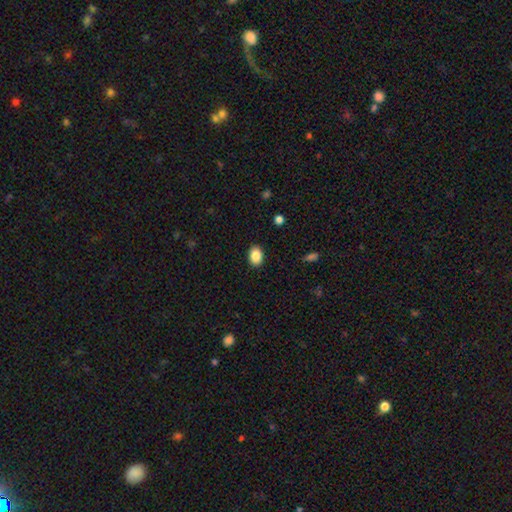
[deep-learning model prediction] Overall: smooth (87%). How rounded: in between (78%). Merging: none (89%).